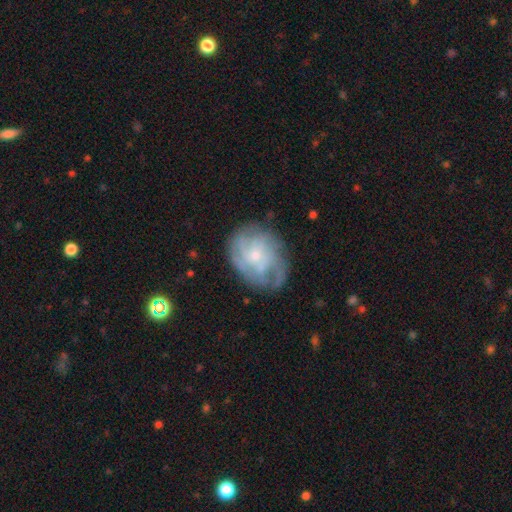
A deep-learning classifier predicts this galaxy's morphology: smooth-or-featured: featured or disk: 72% | smooth: 20% | star or artifact: 8%
  disk-edge-on: no: 97% | yes: 3%
    bar: no: 76% | weak: 21% | strong: 3%
    has-spiral-arms: yes: 84% | no: 16%
      spiral-winding: tight: 47% | medium: 37% | loose: 16%
      spiral-arm-count: can't tell: 43% | 4: 18% | 3: 15% | 2: 10% | more than 4: 8% | 1: 5%
    bulge-size: small: 71% | moderate: 24% | none: 3% | large: 2% | dominant: 1%
  merging: none: 65% | minor disturbance: 21% | major disturbance: 12% | merger: 2%